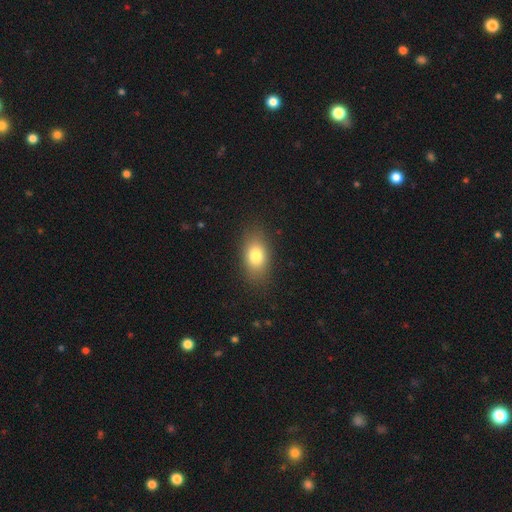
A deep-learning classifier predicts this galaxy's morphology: Smooth or featured: smooth — 80% (featured or disk — 11%)
How rounded: in between — 84% (round — 13%)
Merging: none — 84% (minor disturbance — 11%)